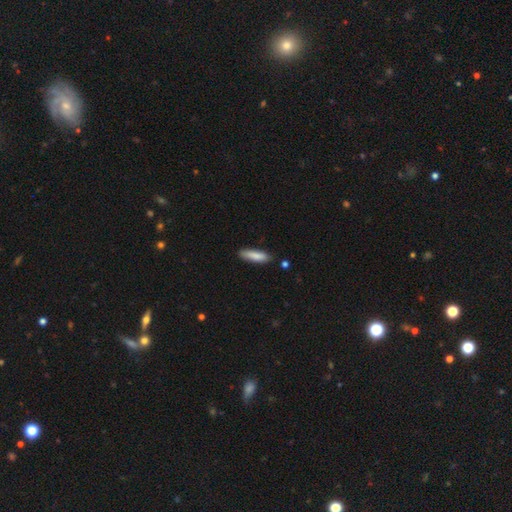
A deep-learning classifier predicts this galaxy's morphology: A smooth galaxy with no disk features (85%) that is cigar-shaped (66%). Merging: none (83%).